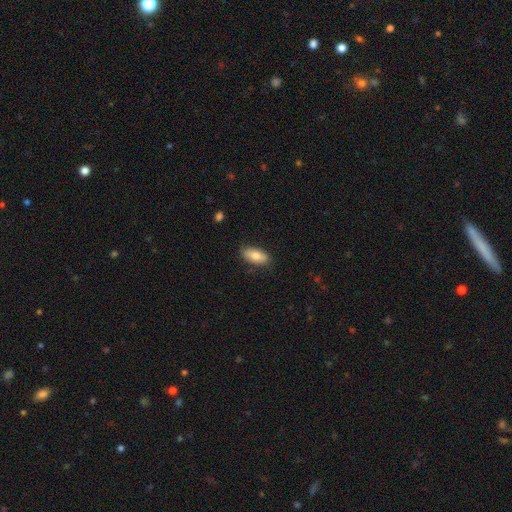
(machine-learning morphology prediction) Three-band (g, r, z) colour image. It shows a smooth galaxy with no disk features (79%) that is in between round and cigar-shaped (86%). Merging: none (84%).